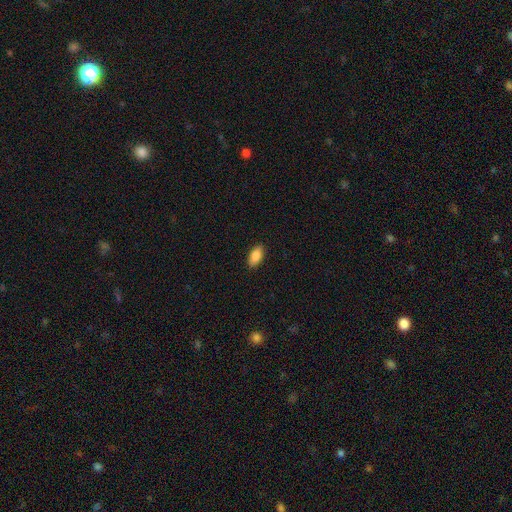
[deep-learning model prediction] Morphology: type=smooth (87%); roundness=in between (91%); merging=none (89%).